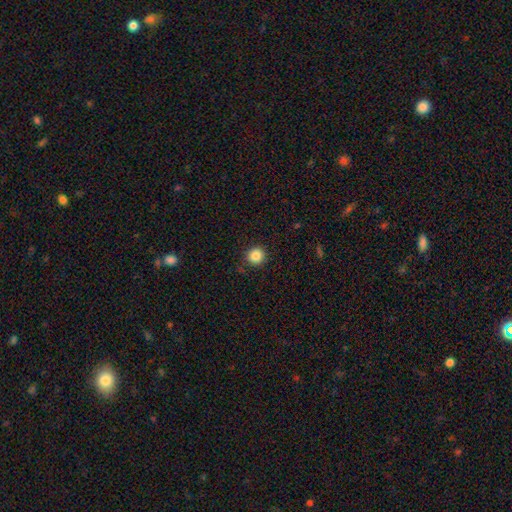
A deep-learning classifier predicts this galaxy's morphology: This is clearly a smooth galaxy (86%). How rounded: clearly round (94%). Merging: clearly none (90%).